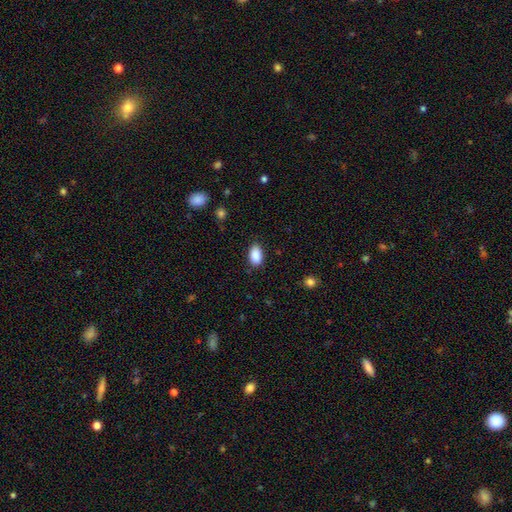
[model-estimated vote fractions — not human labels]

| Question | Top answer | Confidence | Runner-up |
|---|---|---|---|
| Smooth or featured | smooth | 89% | star or artifact (7%) |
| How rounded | in between | 93% | round (5%) |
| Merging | none | 85% | minor disturbance (12%) |